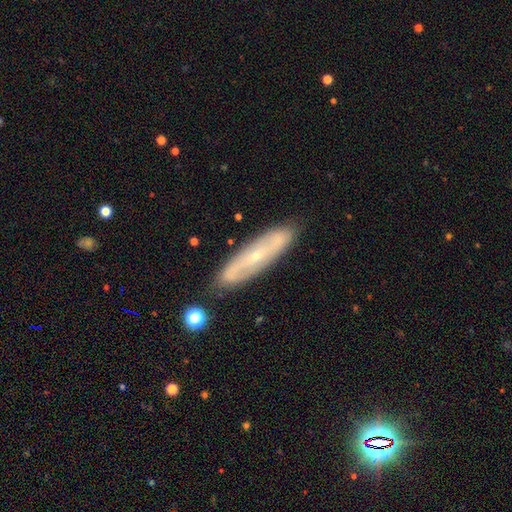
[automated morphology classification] smooth-or-featured: featured or disk: 69% | smooth: 25% | star or artifact: 7%
  disk-edge-on: no: 68% | yes: 32%
  merging: none: 85% | minor disturbance: 11% | major disturbance: 2% | merger: 2%